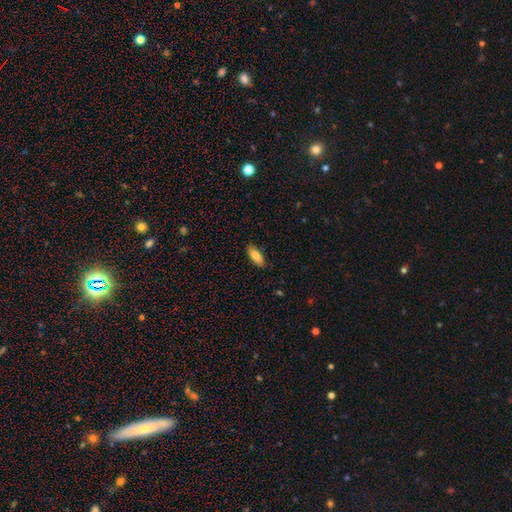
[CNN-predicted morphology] smooth 80%, featured or disk 14%, star or artifact 6%. Down the decision tree: how rounded — in between (78%); merging — none (86%).